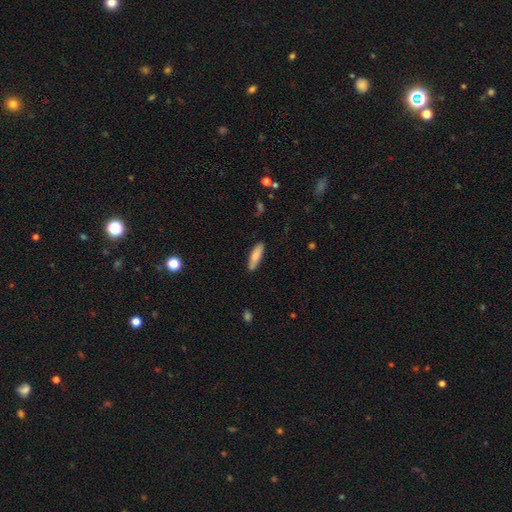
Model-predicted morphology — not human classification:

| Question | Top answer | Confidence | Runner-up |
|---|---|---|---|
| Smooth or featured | smooth | 81% | featured or disk (13%) |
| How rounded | cigar-shaped | 56% | in between (42%) |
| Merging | none | 82% | minor disturbance (14%) |